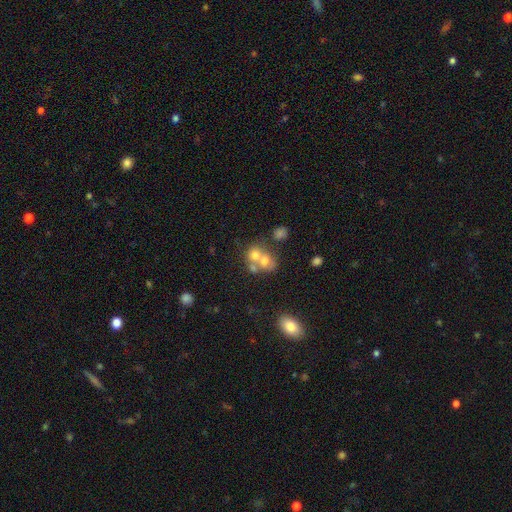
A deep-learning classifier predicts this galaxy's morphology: A smooth galaxy with no disk features (60%) that is round (67%).

Vote fractions:
- Smooth or featured? smooth: 60% / featured or disk: 26% / star or artifact: 14%
- How rounded? round: 67% / in between: 32% / cigar-shaped: 1%
- Merging? merger: 58% / none: 29% / minor disturbance: 7% / major disturbance: 5%